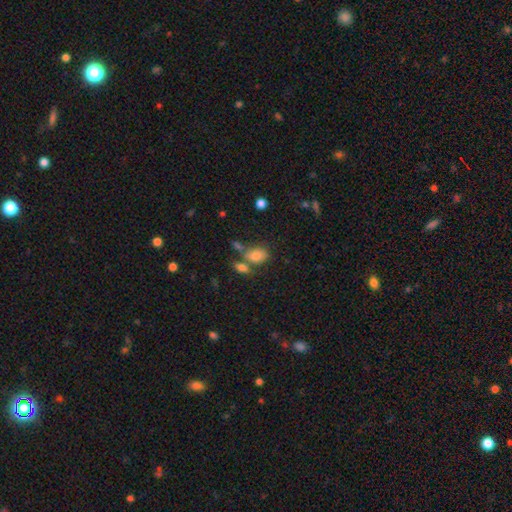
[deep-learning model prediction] This is likely a smooth galaxy (79%). How rounded: clearly in between (84%). Merging: possibly none (50%).